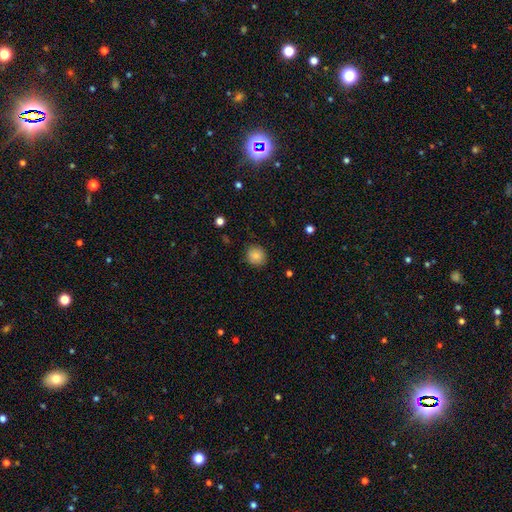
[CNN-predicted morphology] This appears to be a smooth galaxy with no disk features (85%) that is round (88%). Merging: none (87%).